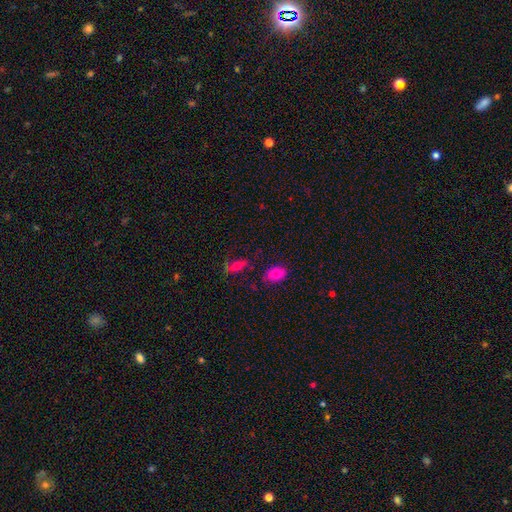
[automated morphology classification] This appears to be a smooth galaxy with no disk features (60%) that is in between round and cigar-shaped (76%). Merging: none (72%).